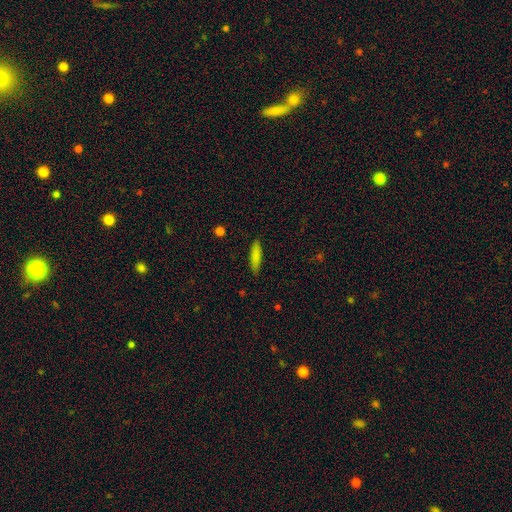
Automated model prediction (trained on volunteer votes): A smooth galaxy with no disk features (82%) that is cigar-shaped (79%). Merging: none (87%).